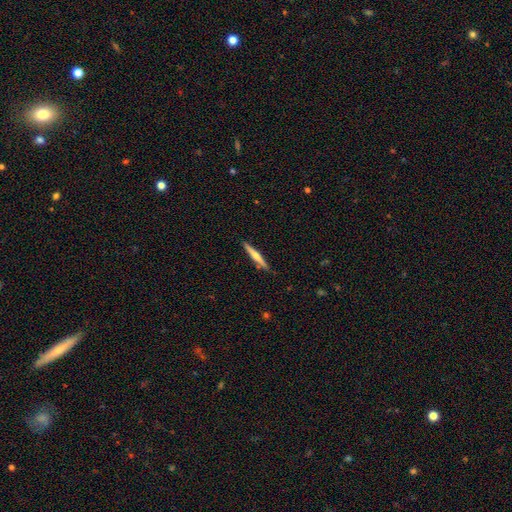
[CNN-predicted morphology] Q: Smooth or featured?
A: featured or disk (55%); runner-up: smooth (39%)
Q: Edge-on disk?
A: yes (97%); runner-up: no (3%)
Q: Edge-on bulge?
A: rounded (72%); runner-up: none (21%)
Q: Merging?
A: none (89%); runner-up: minor disturbance (8%)